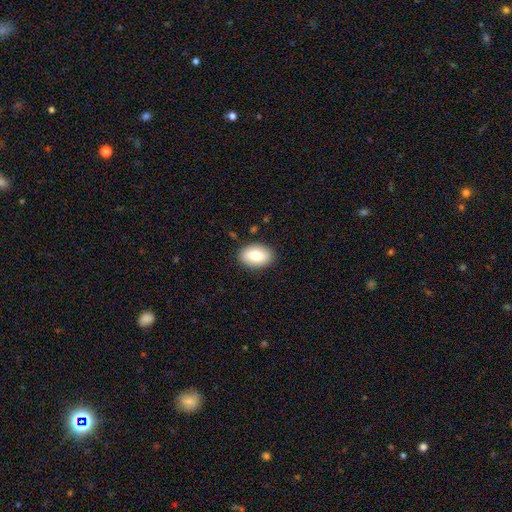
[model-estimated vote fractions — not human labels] smooth 78%, featured or disk 15%, star or artifact 7%. Down the decision tree: how rounded — in between (85%); merging — none (87%).